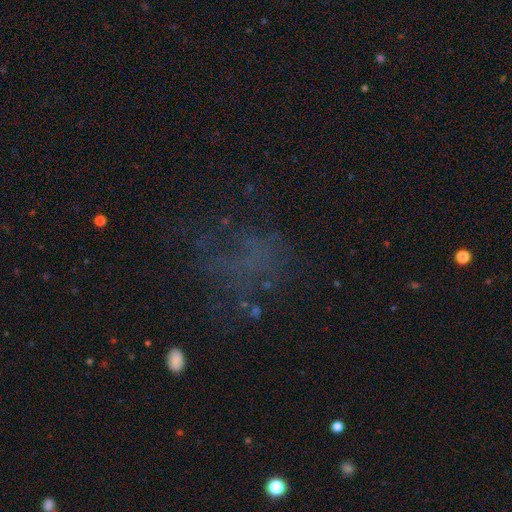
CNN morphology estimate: A star or artifact, not a galaxy (38%).